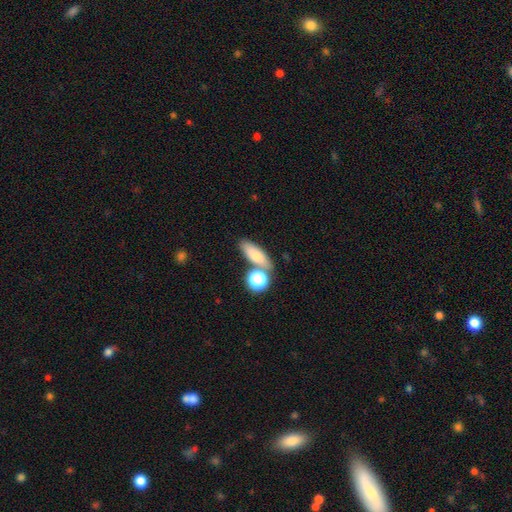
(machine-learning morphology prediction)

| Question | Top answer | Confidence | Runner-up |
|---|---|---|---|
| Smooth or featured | smooth | 70% | featured or disk (19%) |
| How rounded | in between | 59% | cigar-shaped (29%) |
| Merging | none | 66% | merger (18%) |